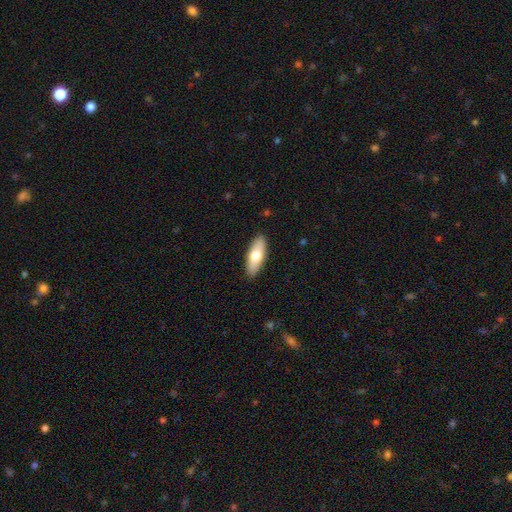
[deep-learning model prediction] A smooth galaxy with no disk features (70%) that is in between round and cigar-shaped (69%).

Vote fractions:
- Smooth or featured? smooth: 70% / featured or disk: 24% / star or artifact: 5%
- How rounded? in between: 69% / cigar-shaped: 28% / round: 2%
- Merging? none: 89% / minor disturbance: 8% / major disturbance: 2% / merger: 1%